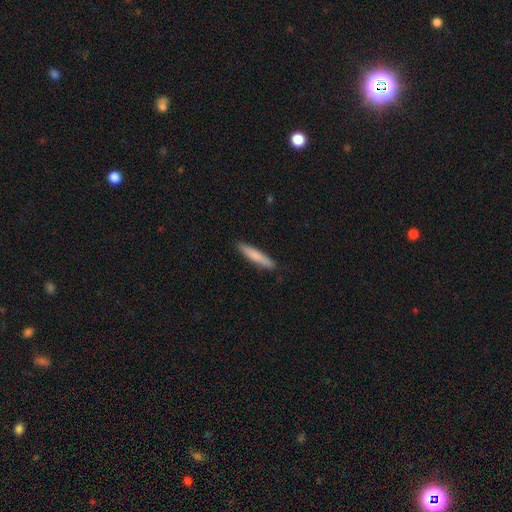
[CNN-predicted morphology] This is likely a smooth galaxy (78%). How rounded: clearly cigar-shaped (91%). Merging: clearly none (90%).